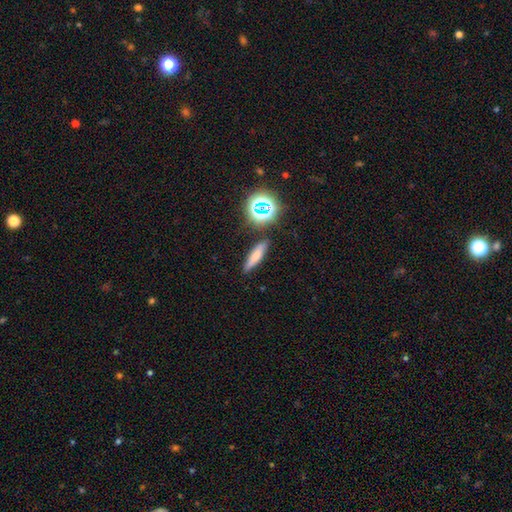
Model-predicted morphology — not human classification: Overall: smooth (67%). How rounded: cigar-shaped (70%). Merging: none (84%).